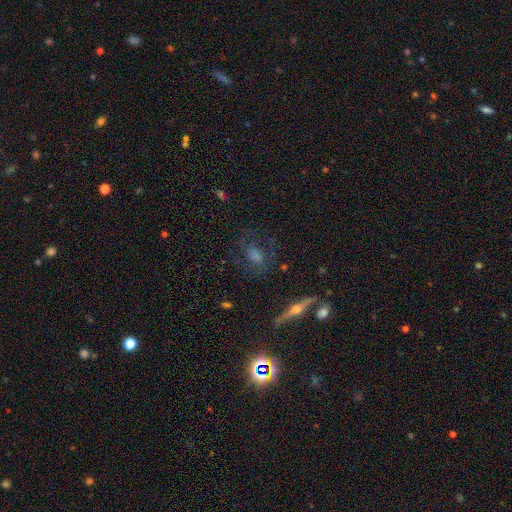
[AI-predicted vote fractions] Smooth or featured? featured or disk (42%)
Merging? none (61%)